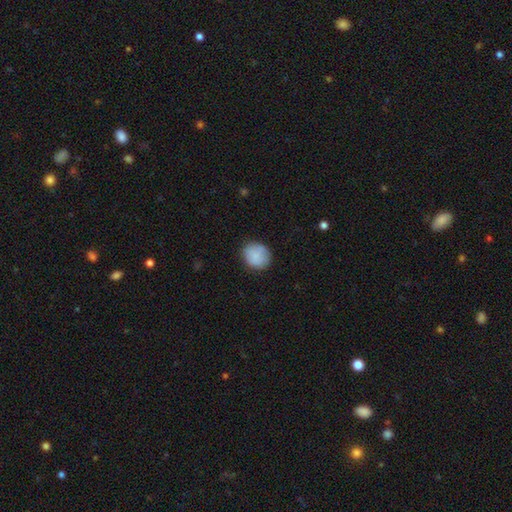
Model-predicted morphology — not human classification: Q: Smooth or featured?
A: smooth (85%); runner-up: featured or disk (8%)
Q: How rounded?
A: round (75%); runner-up: in between (24%)
Q: Merging?
A: none (81%); runner-up: minor disturbance (14%)